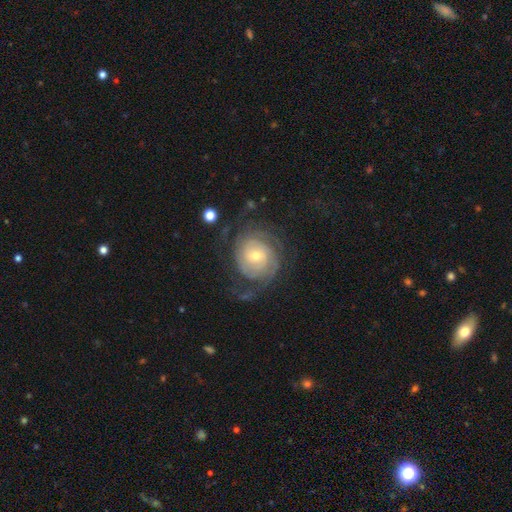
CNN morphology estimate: The model was most divided on "bulge size": small: 51%, moderate: 44%, large: 3%, dominant: 1%, none: 1%. Remaining: edge-on disk — no (97%); spiral arms — yes (94%); smooth or featured — featured or disk (84%); spiral winding — tight (71%); bar — no (68%); merging — none (65%); spiral arm count — can't tell (35%).